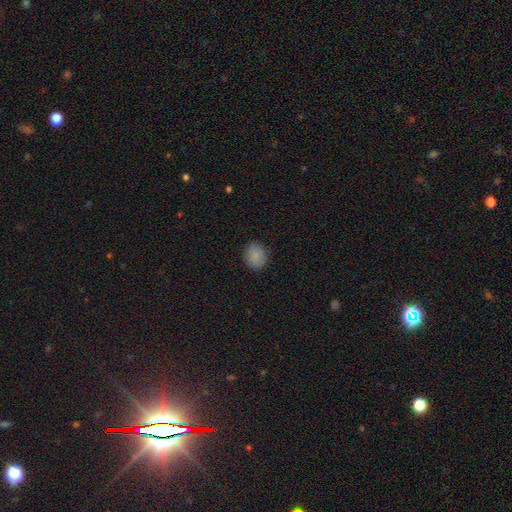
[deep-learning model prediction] smooth_or_featured: smooth (p=0.87) [alt: star or artifact p=0.08]
how_rounded: round (p=0.76) [alt: in between p=0.23]
merging: none (p=0.88) [alt: minor disturbance p=0.09]